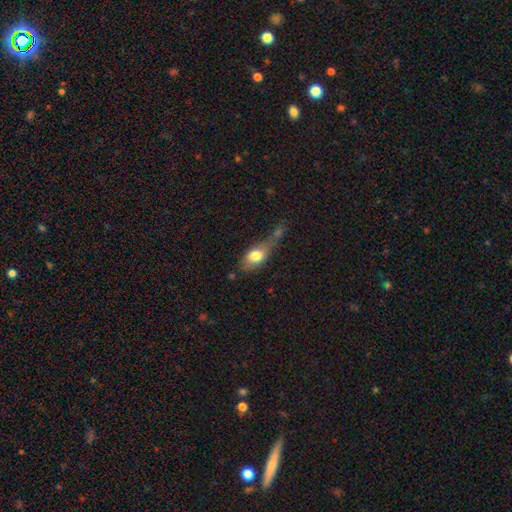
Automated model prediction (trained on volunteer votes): smooth-or-featured: smooth: 72% | featured or disk: 20% | star or artifact: 8%
  how-rounded: in between: 79% | round: 11% | cigar-shaped: 10%
  merging: none: 33% | minor disturbance: 26% | major disturbance: 21% | merger: 20%